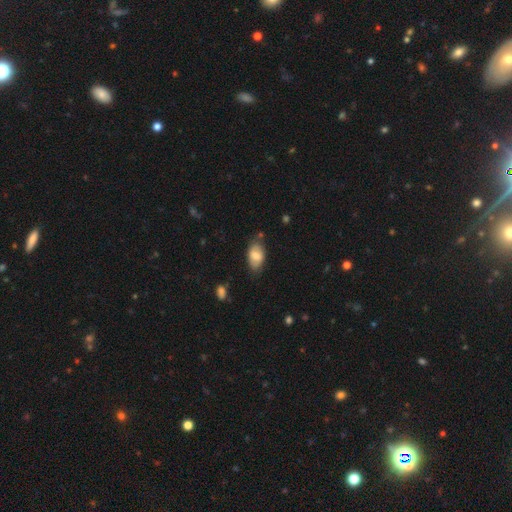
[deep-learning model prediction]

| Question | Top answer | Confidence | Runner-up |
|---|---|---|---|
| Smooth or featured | smooth | 73% | featured or disk (20%) |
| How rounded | in between | 93% | round (5%) |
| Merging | none | 67% | minor disturbance (24%) |